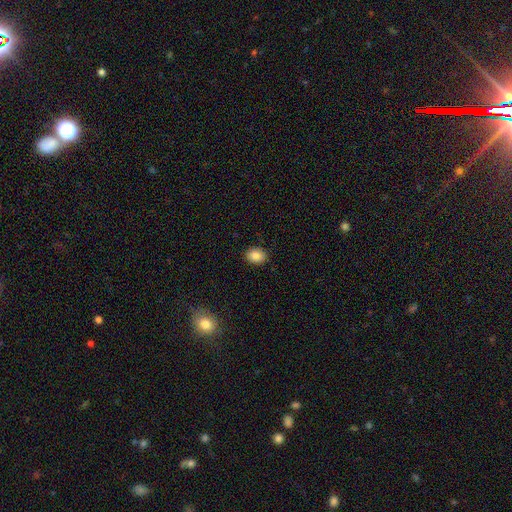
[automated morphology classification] smooth_or_featured: smooth (p=0.87) [alt: star or artifact p=0.09]
how_rounded: in between (p=0.61) [alt: round p=0.38]
merging: none (p=0.88) [alt: minor disturbance p=0.08]